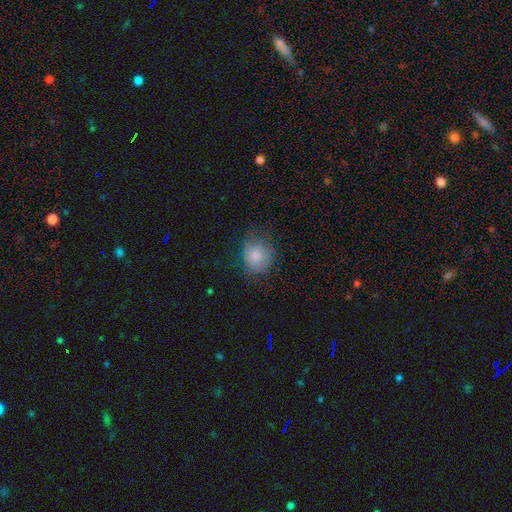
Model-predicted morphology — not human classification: Overall: smooth (76%). How rounded: round (79%). Merging: none (60%; minor disturbance 26%).